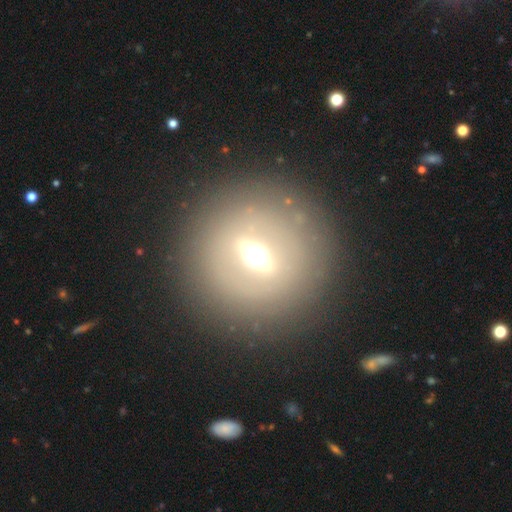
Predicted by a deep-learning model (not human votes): Smooth or featured: featured or disk — 58% (smooth — 30%)
Edge-on disk: no — 67% (yes — 33%)
Merging: none — 85% (minor disturbance — 8%)